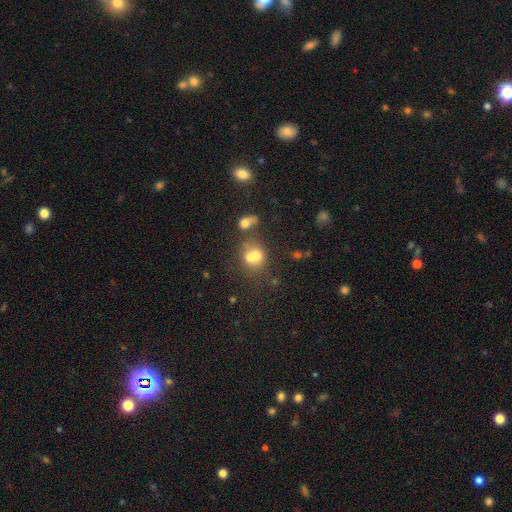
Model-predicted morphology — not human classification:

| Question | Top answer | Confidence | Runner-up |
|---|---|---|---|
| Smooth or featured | smooth | 62% | featured or disk (23%) |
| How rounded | round | 71% | in between (28%) |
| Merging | merger | 60% | none (27%) |